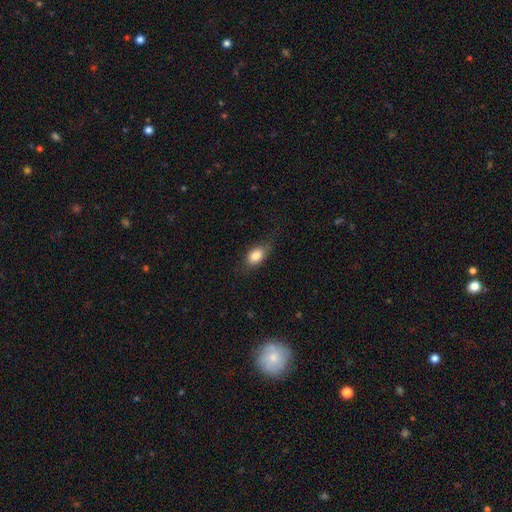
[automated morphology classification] A smooth galaxy with no disk features (83%) that is in between round and cigar-shaped (85%).

Vote fractions:
- Smooth or featured? smooth: 83% / featured or disk: 9% / star or artifact: 8%
- How rounded? in between: 85% / round: 11% / cigar-shaped: 4%
- Merging? none: 71% / minor disturbance: 21% / major disturbance: 7% / merger: 1%